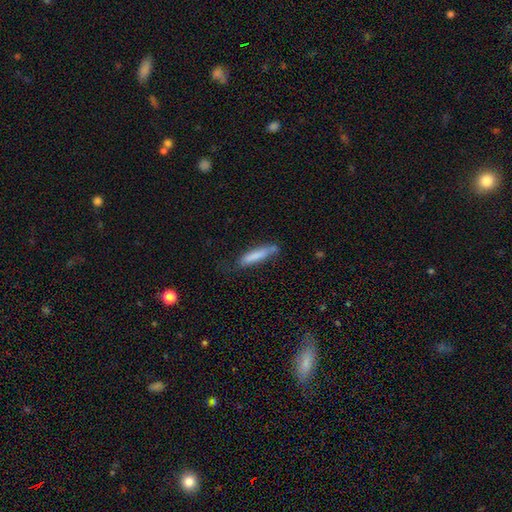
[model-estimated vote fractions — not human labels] This is likely a smooth galaxy (79%). How rounded: clearly cigar-shaped (86%). Merging: likely none (63%).